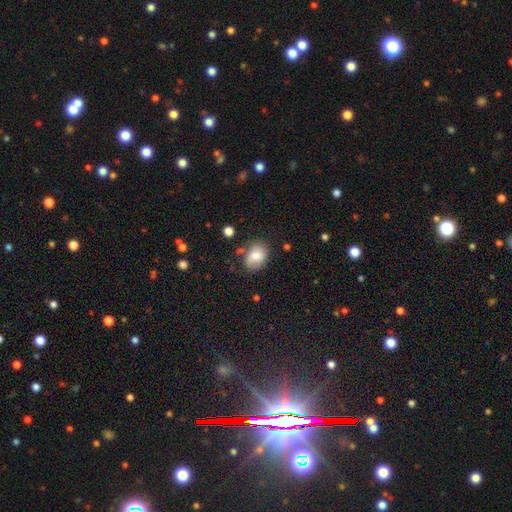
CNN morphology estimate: type=smooth (79%); roundness=in between (65%); merging=none (70%).